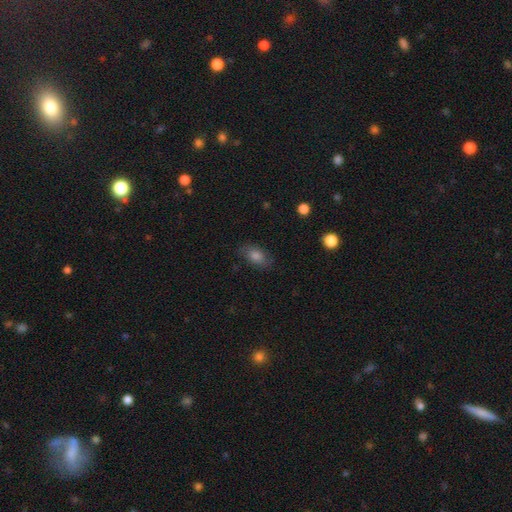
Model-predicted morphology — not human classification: Overall: smooth (68%). How rounded: in between (84%). Merging: none (78%).